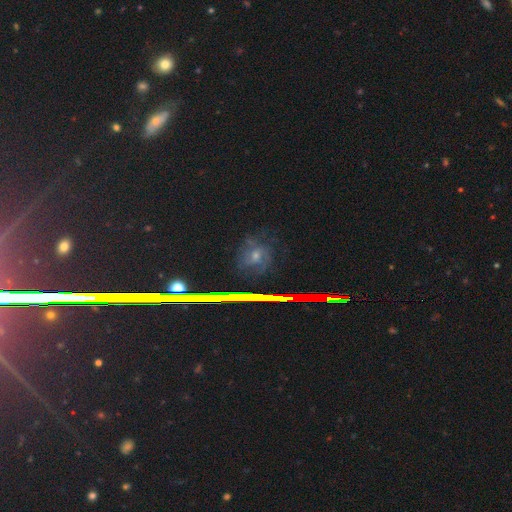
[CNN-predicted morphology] Q: Smooth or featured?
A: star or artifact (40%); runner-up: featured or disk (34%)